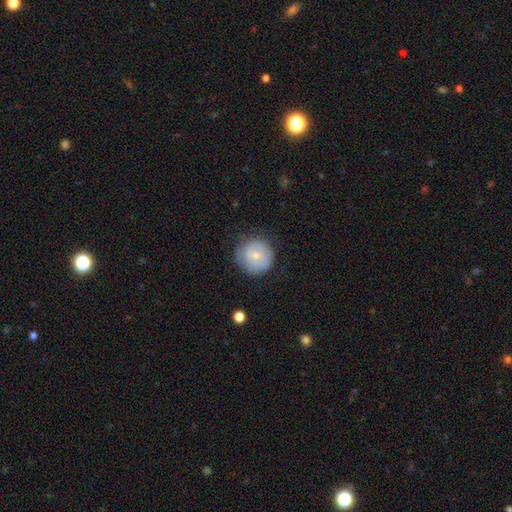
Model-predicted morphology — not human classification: smooth 67%, featured or disk 26%, star or artifact 7%. Down the decision tree: how rounded — round (93%); merging — none (75%).